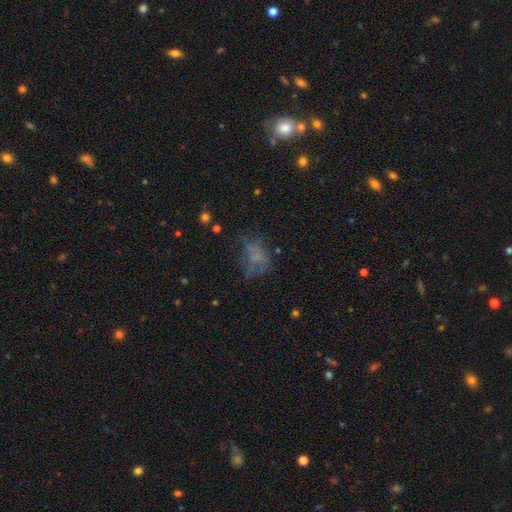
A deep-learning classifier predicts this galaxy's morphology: type=smooth (43%); merging=none (43%).